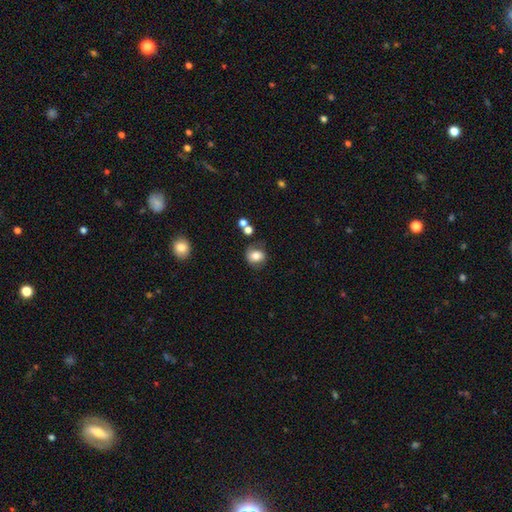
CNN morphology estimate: The model was most divided on "how rounded": round: 65%, in between: 34%, cigar-shaped: 1%. More confident: smooth or featured — smooth (76%); merging — none (68%).